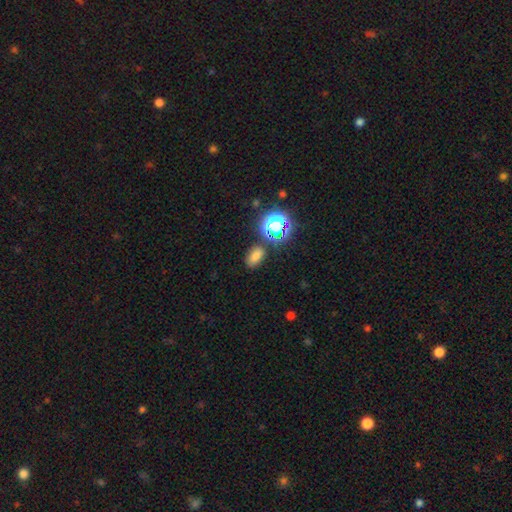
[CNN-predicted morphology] type=smooth (72%); roundness=in between (81%); merging=none (81%).